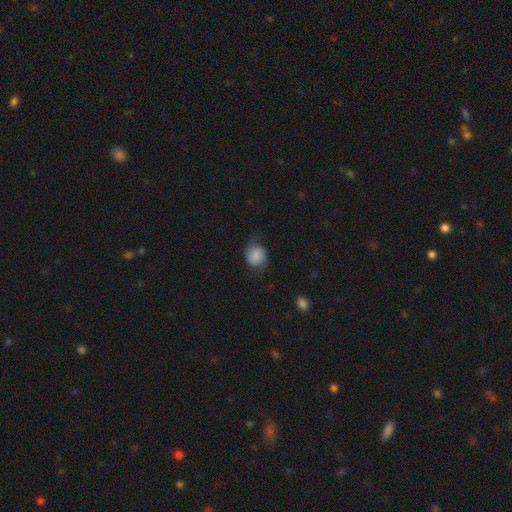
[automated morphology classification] smooth_or_featured: smooth (p=0.72) [alt: featured or disk p=0.20]
how_rounded: round (p=0.69) [alt: in between p=0.30]
merging: none (p=0.61) [alt: minor disturbance p=0.26]